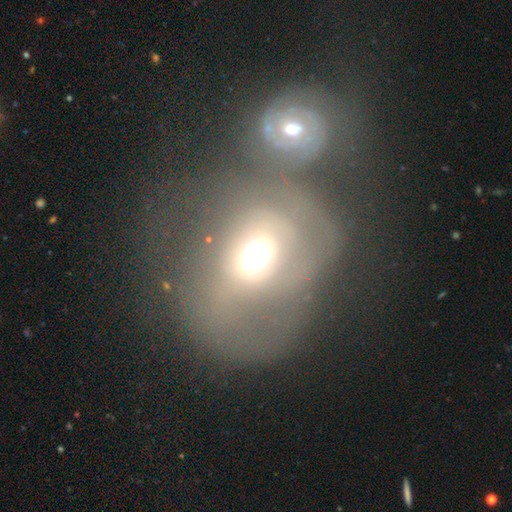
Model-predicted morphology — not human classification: A smooth galaxy with no disk features (49%).

Vote fractions:
- Smooth or featured? smooth: 49% / featured or disk: 36% / star or artifact: 16%
- Merging? none: 31% / major disturbance: 29% / merger: 24% / minor disturbance: 16%